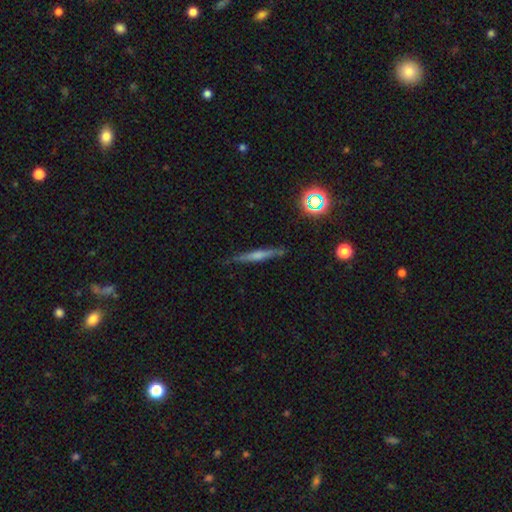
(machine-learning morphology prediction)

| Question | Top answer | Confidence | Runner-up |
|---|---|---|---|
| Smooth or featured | featured or disk | 50% | smooth (39%) |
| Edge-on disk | yes | 96% | no (4%) |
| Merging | none | 86% | minor disturbance (10%) |